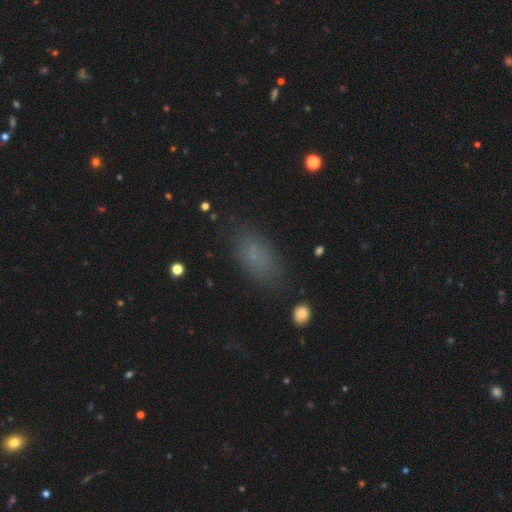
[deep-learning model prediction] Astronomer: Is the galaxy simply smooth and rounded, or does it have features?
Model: smooth — 75%.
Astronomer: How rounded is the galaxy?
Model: in between — 88%.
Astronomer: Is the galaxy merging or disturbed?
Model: none — 80%.